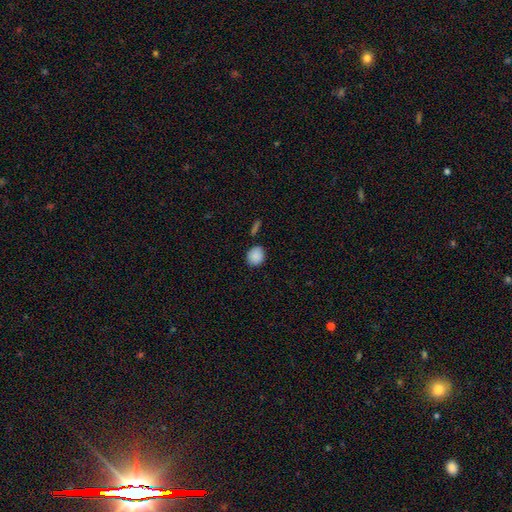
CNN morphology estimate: This is clearly a smooth galaxy (88%). How rounded: likely round (78%). Merging: clearly none (82%).